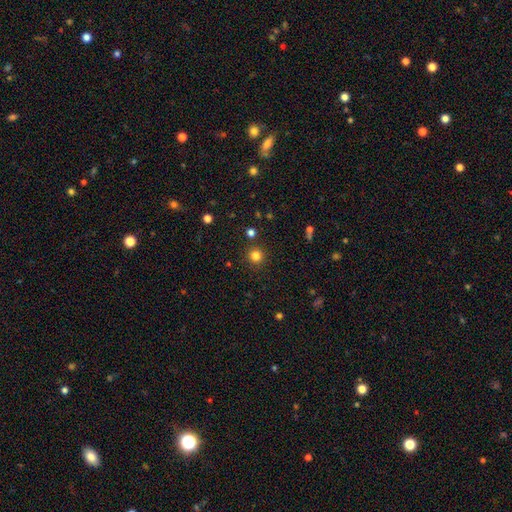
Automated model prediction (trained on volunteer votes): smooth 81%, star or artifact 14%, featured or disk 5%. Down the decision tree: how rounded — round (94%); merging — none (90%).